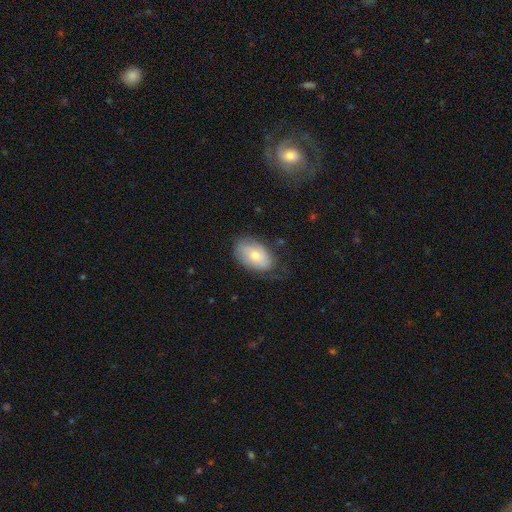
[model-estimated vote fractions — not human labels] The model was most divided on "smooth or featured": smooth: 64%, featured or disk: 30%, star or artifact: 6%. More confident: how rounded — in between (90%); merging — none (65%).